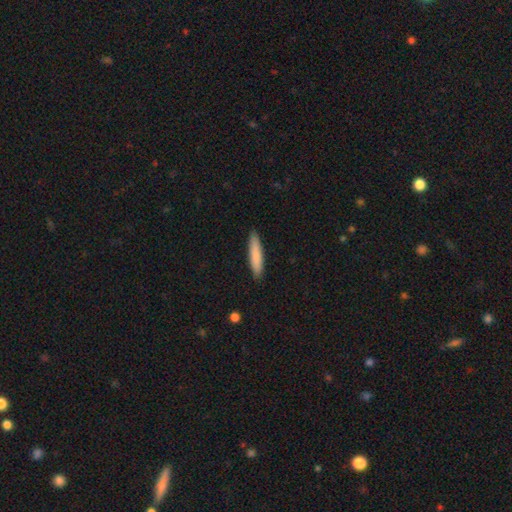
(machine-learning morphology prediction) This appears to be a smooth galaxy with no disk features (83%) that is cigar-shaped (87%). Merging: none (90%).